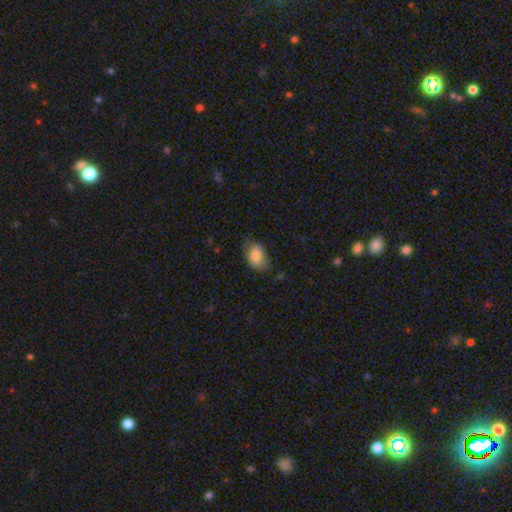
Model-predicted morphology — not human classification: Smooth or featured: smooth — 82% (featured or disk — 10%)
How rounded: in between — 87% (round — 12%)
Merging: none — 56% (minor disturbance — 33%)